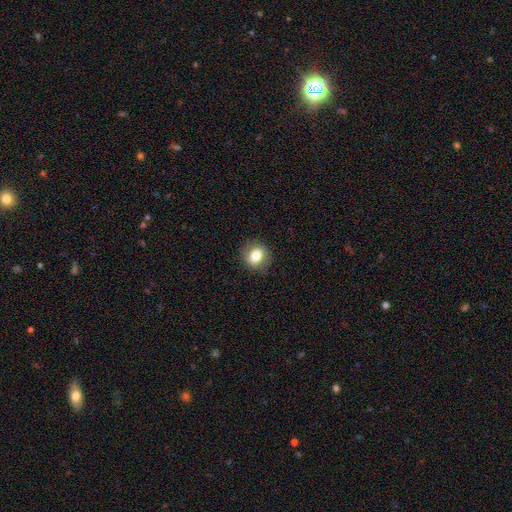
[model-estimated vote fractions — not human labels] This appears to be a smooth galaxy with no disk features (76%) that is round (68%). Merging: none (86%).